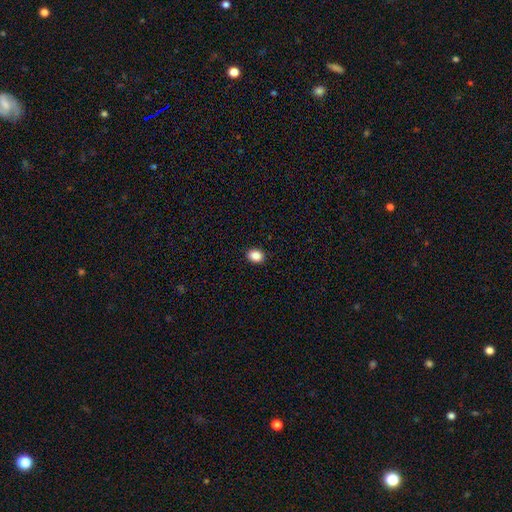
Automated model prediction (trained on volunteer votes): The model was most divided on "how rounded": in between: 56%, round: 43%, cigar-shaped: 1%. More confident: merging — none (91%); smooth or featured — smooth (88%).